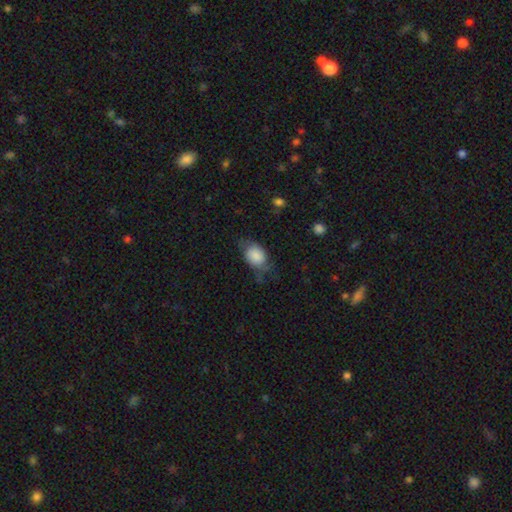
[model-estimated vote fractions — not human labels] smooth_or_featured: smooth (p=0.74) [alt: featured or disk p=0.19]
how_rounded: in between (p=0.76) [alt: round p=0.23]
merging: none (p=0.50) [alt: minor disturbance p=0.31]